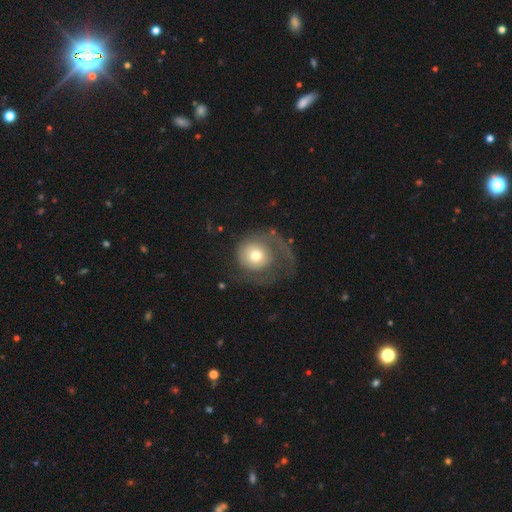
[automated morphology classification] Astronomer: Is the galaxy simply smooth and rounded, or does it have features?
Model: featured or disk — 48% (runner-up: smooth, 45%).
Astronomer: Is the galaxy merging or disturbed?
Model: major disturbance — 45% (runner-up: none, 36%).